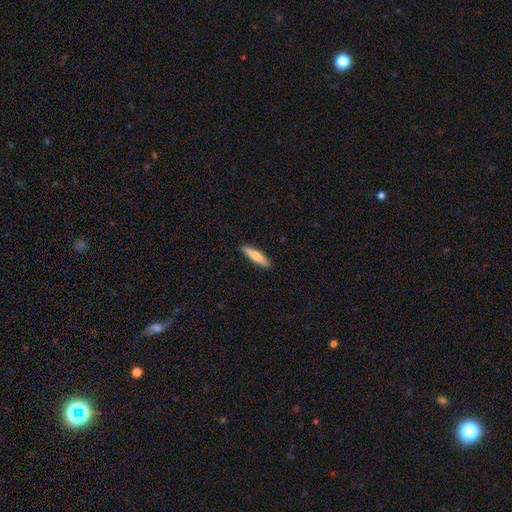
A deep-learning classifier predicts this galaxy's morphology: The model was most divided on "smooth or featured": smooth: 68%, featured or disk: 26%, star or artifact: 5%. More confident: merging — none (88%); how rounded — cigar-shaped (77%).